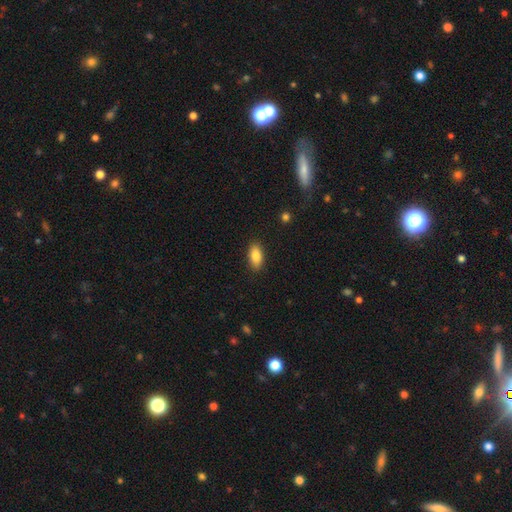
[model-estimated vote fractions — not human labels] Smooth or featured? smooth (85%)
How rounded? in between (89%)
Merging? none (88%)